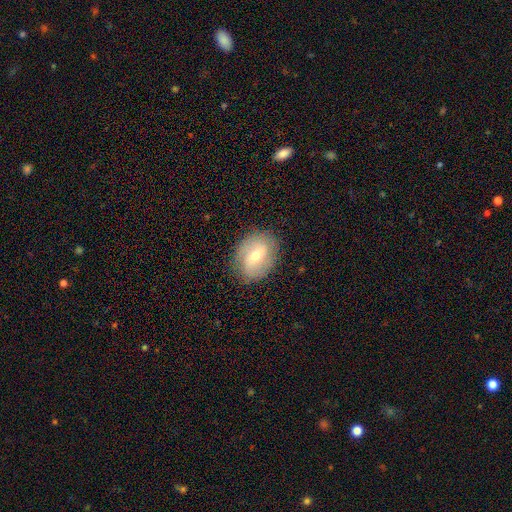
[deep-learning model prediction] Overall: featured or disk (53%; smooth 39%). Edge-on disk: no (95%). Bar: weak (49%; no 32%). Spiral arms: yes (71%). Bulge size: moderate (60%; small 35%). Merging: none (83%).